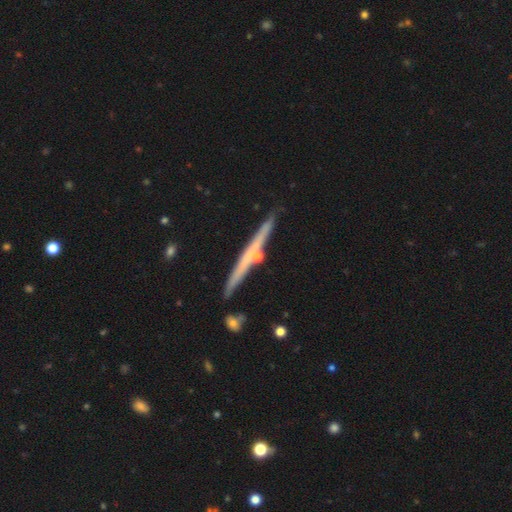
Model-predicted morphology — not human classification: type=featured or disk (62%); edge-on=yes (95%); edge-on bulge=rounded (65%); merging=none (77%).